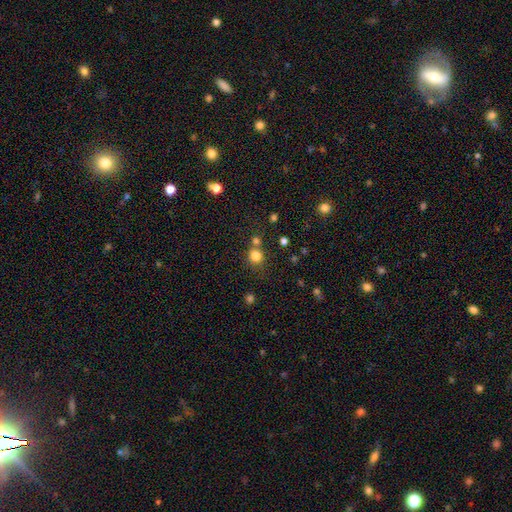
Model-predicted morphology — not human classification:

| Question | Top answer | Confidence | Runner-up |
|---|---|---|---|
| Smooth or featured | smooth | 80% | star or artifact (14%) |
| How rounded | round | 86% | in between (13%) |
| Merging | none | 62% | merger (24%) |